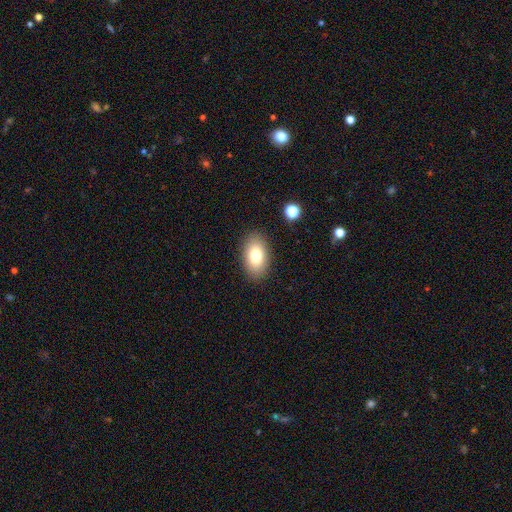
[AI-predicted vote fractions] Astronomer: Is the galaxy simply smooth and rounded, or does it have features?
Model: smooth — 78%.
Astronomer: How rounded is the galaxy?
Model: in between — 92%.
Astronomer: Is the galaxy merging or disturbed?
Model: none — 88%.